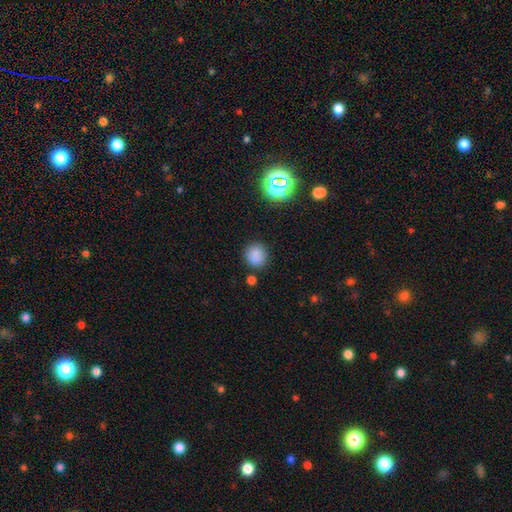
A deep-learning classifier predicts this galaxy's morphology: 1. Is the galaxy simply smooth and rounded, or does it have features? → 82% smooth, 13% star or artifact, 5% featured or disk.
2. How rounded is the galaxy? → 87% round, 12% in between, 1% cigar-shaped.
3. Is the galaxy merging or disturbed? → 84% none, 9% minor disturbance, 3% merger, 3% major disturbance.